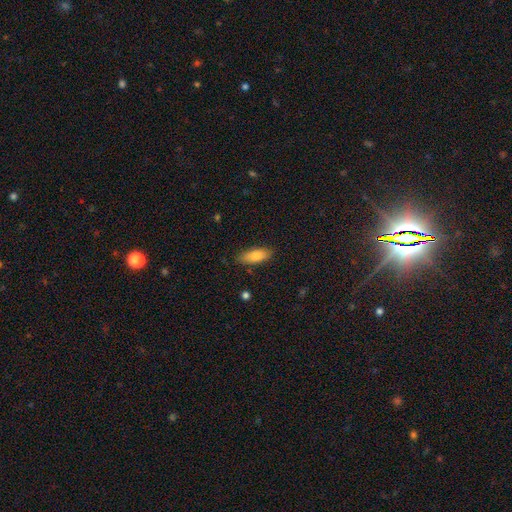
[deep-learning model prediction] The model was most divided on "how rounded": in between: 74%, cigar-shaped: 23%, round: 2%. More confident: smooth or featured — smooth (85%); merging — none (83%).